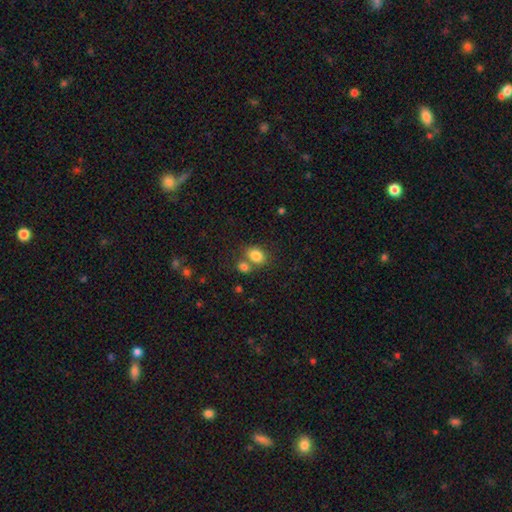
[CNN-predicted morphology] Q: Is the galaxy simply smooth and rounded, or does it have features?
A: smooth — 83%.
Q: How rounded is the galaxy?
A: in between — 66%.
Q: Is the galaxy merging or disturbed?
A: none — 53%.